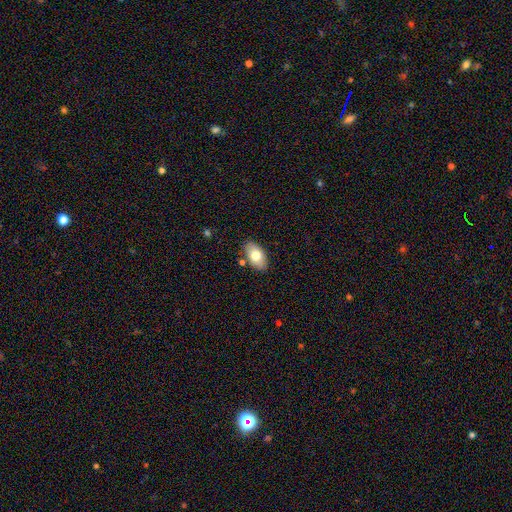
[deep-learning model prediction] A smooth galaxy with no disk features (75%) that is in between round and cigar-shaped (93%).

Vote fractions:
- Smooth or featured? smooth: 75% / featured or disk: 18% / star or artifact: 7%
- How rounded? in between: 93% / round: 5% / cigar-shaped: 2%
- Merging? none: 83% / minor disturbance: 11% / merger: 4% / major disturbance: 2%